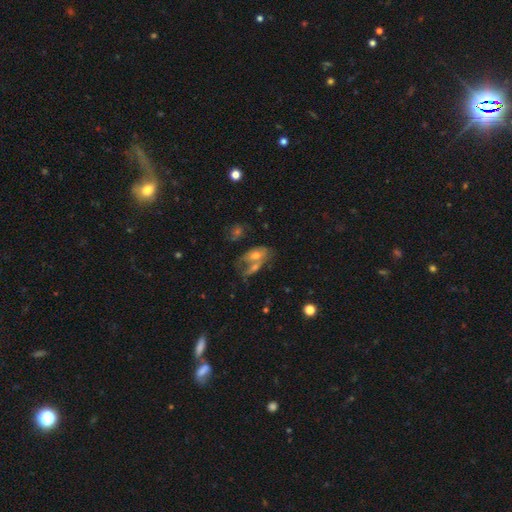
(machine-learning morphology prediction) Smooth or featured? smooth (52%)
How rounded? in between (83%)
Merging? merger (49%)